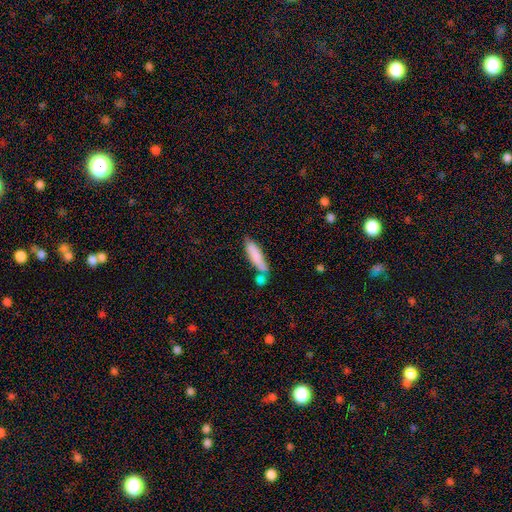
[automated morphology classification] Overall: smooth (81%). How rounded: cigar-shaped (71%). Merging: none (57%; merger 20%).